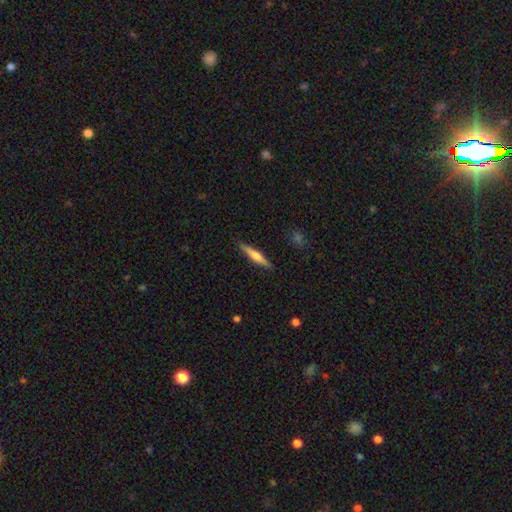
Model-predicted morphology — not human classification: A smooth galaxy with no disk features (48%).

Vote fractions:
- Smooth or featured? smooth: 48% / featured or disk: 46% / star or artifact: 6%
- Merging? none: 90% / minor disturbance: 7% / major disturbance: 2% / merger: 1%